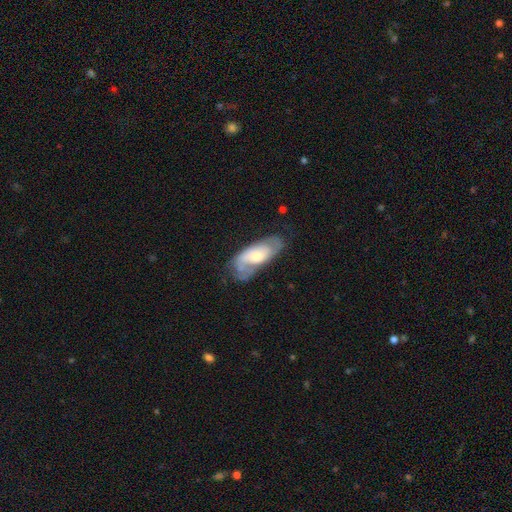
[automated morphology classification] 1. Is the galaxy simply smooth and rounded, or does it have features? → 57% featured or disk, 37% smooth, 6% star or artifact.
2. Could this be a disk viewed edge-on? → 88% no, 12% yes.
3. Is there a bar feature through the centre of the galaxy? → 68% no, 25% weak, 7% strong.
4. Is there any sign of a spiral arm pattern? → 70% yes, 30% no.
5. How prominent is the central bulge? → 56% moderate, 28% small, 12% large, 2% none, 2% dominant.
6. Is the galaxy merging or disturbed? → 54% none, 27% minor disturbance, 15% major disturbance, 4% merger.